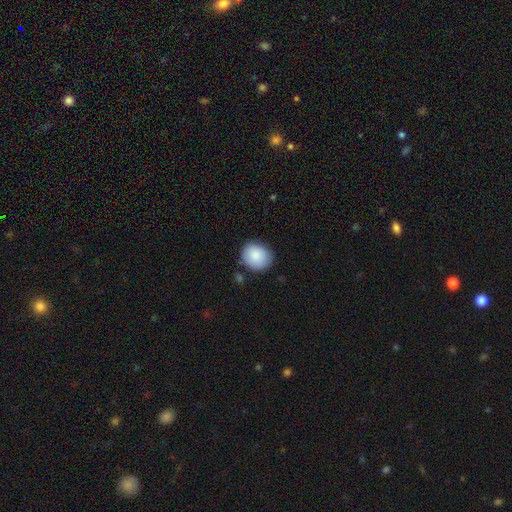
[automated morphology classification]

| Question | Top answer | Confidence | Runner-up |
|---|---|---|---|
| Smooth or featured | smooth | 88% | star or artifact (7%) |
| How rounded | round | 71% | in between (28%) |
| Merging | none | 79% | minor disturbance (14%) |